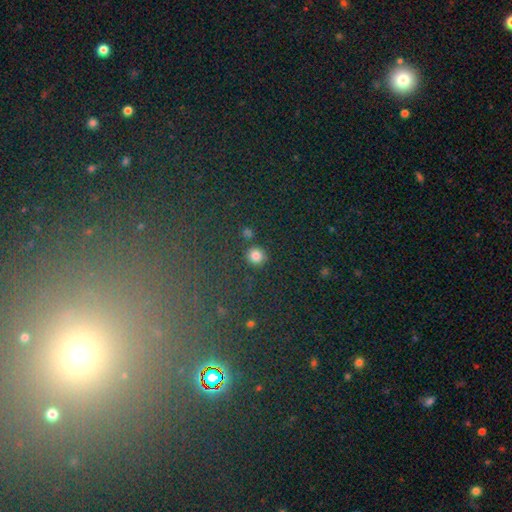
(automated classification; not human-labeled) This is clearly a smooth galaxy (81%). How rounded: clearly round (92%). Merging: clearly none (84%).